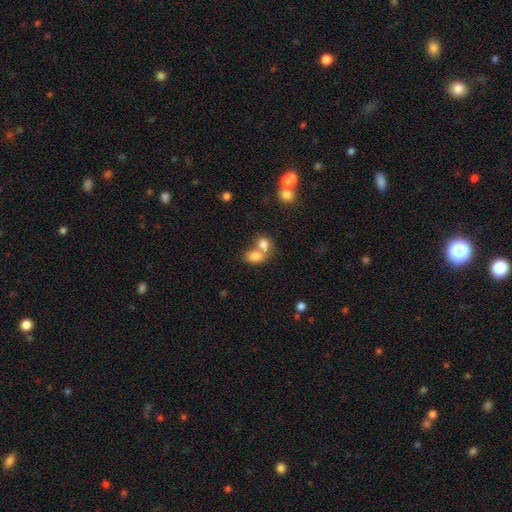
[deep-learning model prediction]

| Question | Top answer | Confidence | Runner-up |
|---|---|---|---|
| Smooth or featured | smooth | 78% | featured or disk (11%) |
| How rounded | in between | 64% | round (35%) |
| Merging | merger | 61% | none (27%) |